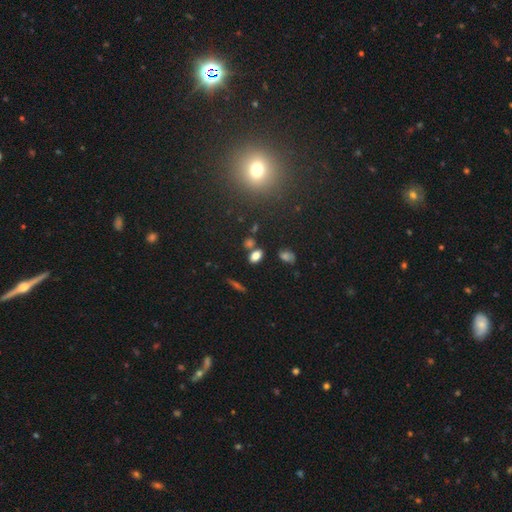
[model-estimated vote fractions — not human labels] This is likely a smooth galaxy (77%). How rounded: clearly in between (82%). Merging: likely none (70%).